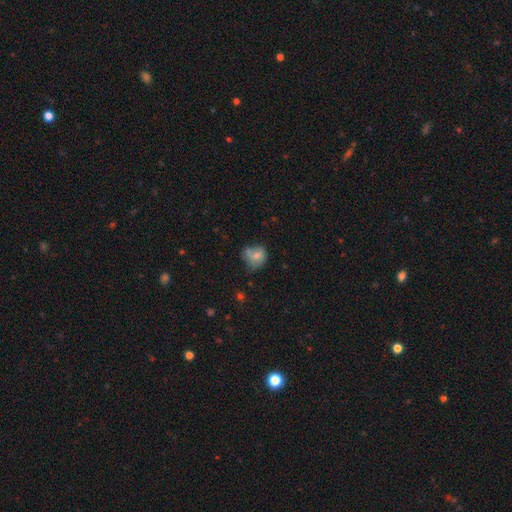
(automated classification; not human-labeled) smooth-or-featured: smooth: 67% | featured or disk: 22% | star or artifact: 10%
  how-rounded: round: 65% | in between: 34% | cigar-shaped: 1%
  merging: none: 43% | minor disturbance: 29% | merger: 15% | major disturbance: 14%